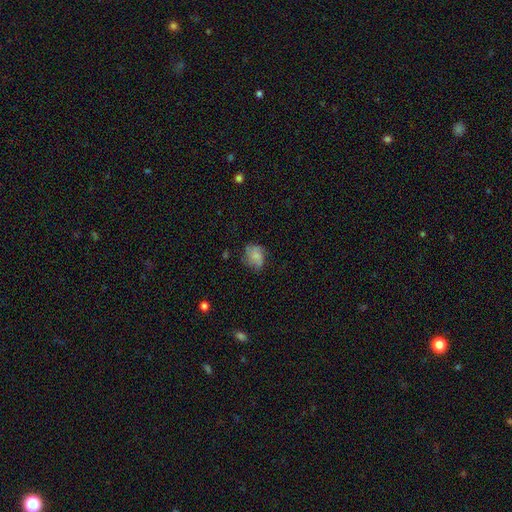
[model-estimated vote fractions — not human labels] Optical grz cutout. It shows a smooth galaxy with no disk features (69%) that is in between round and cigar-shaped (50%). Merging: none (58%).